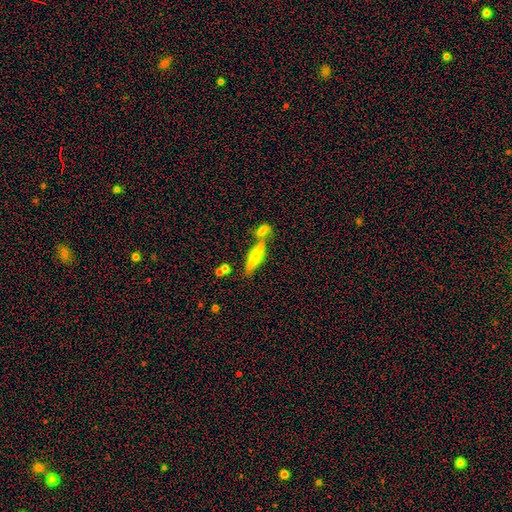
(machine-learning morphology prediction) Smooth or featured?
  - featured or disk: 47% *
  - smooth: 45%
  - star or artifact: 8%
Merging?
  - none: 56% *
  - merger: 30%
  - minor disturbance: 11%
  - major disturbance: 4%